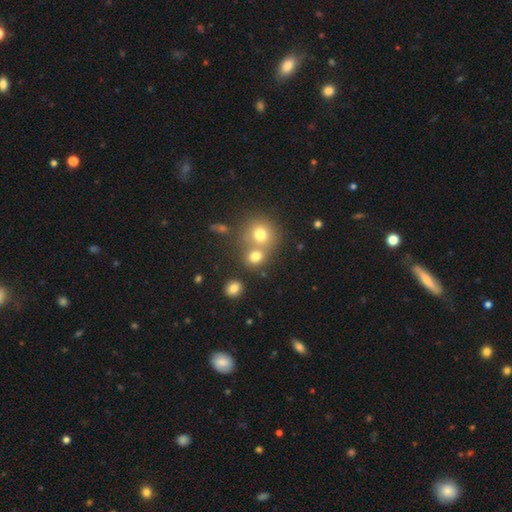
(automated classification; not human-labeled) Smooth or featured? Predicted: smooth (p=0.71). How rounded? Predicted: round (p=0.81). Merging? Predicted: none (p=0.47).